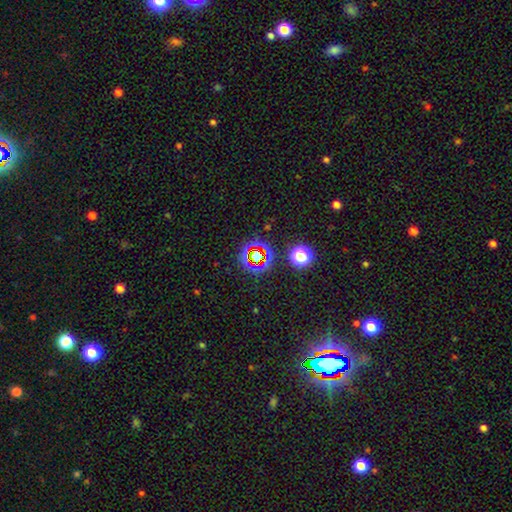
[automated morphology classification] The model was most divided on "smooth or featured": star or artifact: 68%, smooth: 21%, featured or disk: 11%.